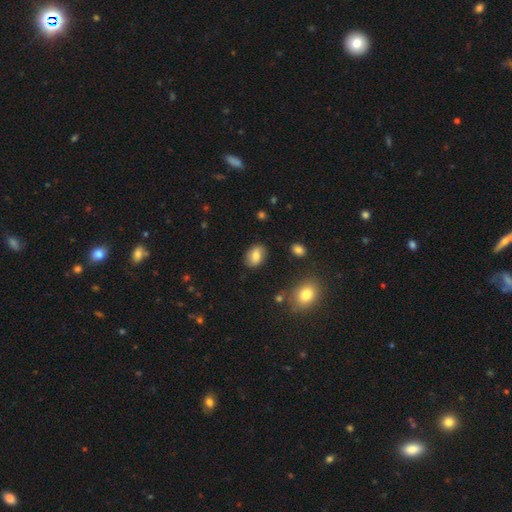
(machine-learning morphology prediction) Q: Smooth or featured?
A: smooth (75%); runner-up: featured or disk (17%)
Q: How rounded?
A: in between (81%); runner-up: round (17%)
Q: Merging?
A: none (83%); runner-up: minor disturbance (12%)